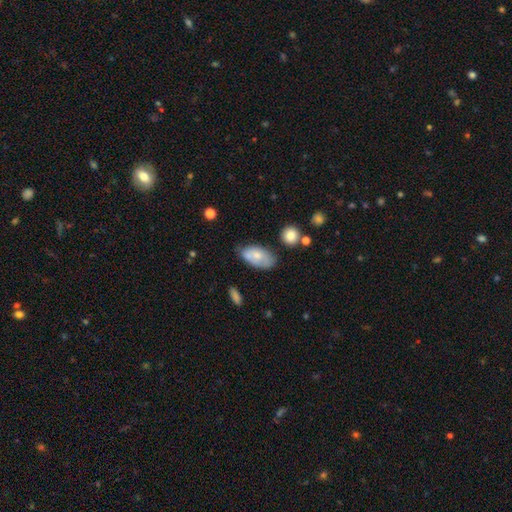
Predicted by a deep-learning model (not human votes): Morphology: type=smooth (66%); roundness=in between (93%); merging=none (52%).